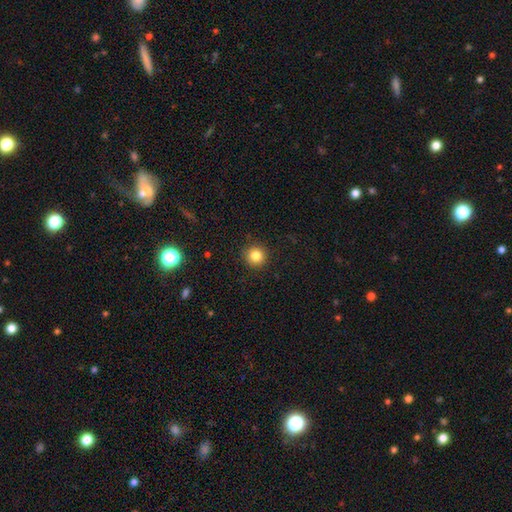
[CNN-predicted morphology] This appears to be a smooth galaxy with no disk features (83%) that is round (94%). Merging: none (92%).